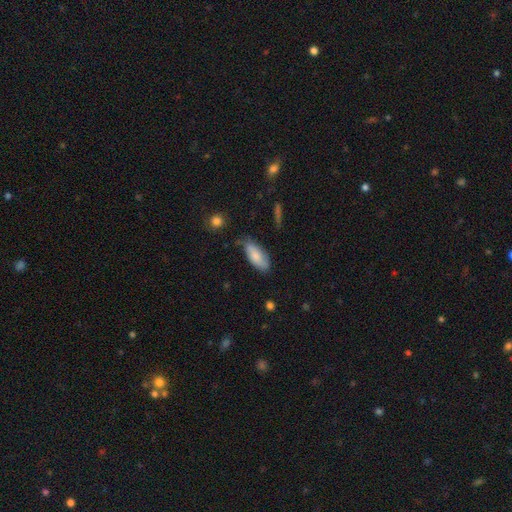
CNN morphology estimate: smooth-or-featured: smooth: 76% | featured or disk: 17% | star or artifact: 6%
  how-rounded: in between: 83% | cigar-shaped: 15% | round: 2%
  merging: none: 67% | minor disturbance: 26% | major disturbance: 5% | merger: 3%